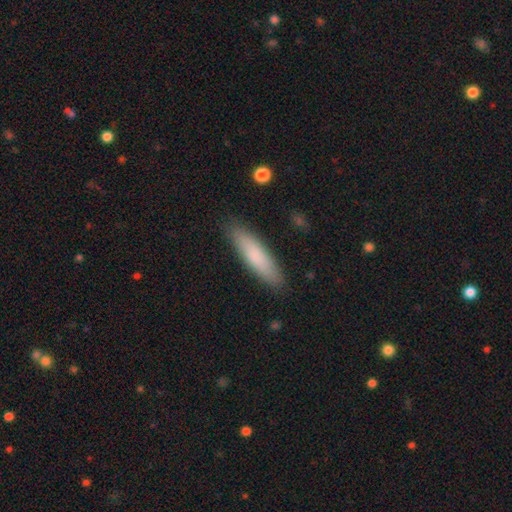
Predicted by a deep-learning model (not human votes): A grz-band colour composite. It shows a smooth galaxy with no disk features (81%) that is cigar-shaped (76%). Merging: none (88%).